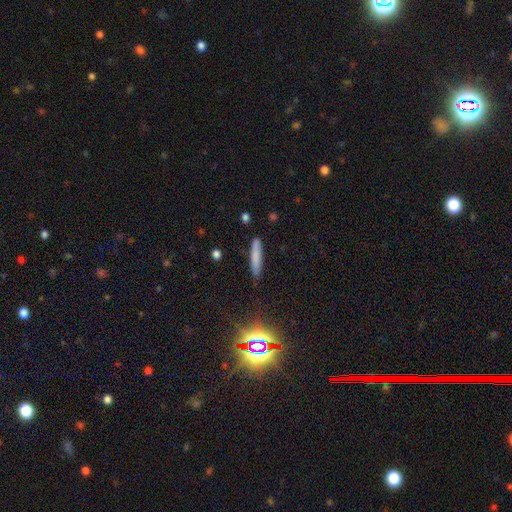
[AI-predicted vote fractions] Q: Smooth or featured?
A: smooth (78%); runner-up: featured or disk (14%)
Q: How rounded?
A: cigar-shaped (92%); runner-up: in between (7%)
Q: Merging?
A: none (86%); runner-up: minor disturbance (10%)